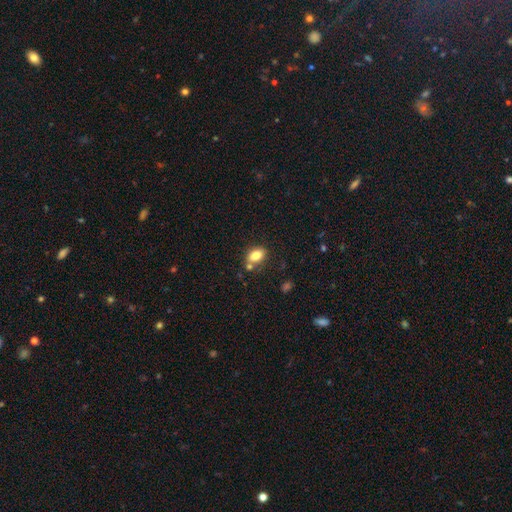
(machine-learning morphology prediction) This appears to be a smooth galaxy with no disk features (81%) that is in between round and cigar-shaped (83%). Merging: none (64%).